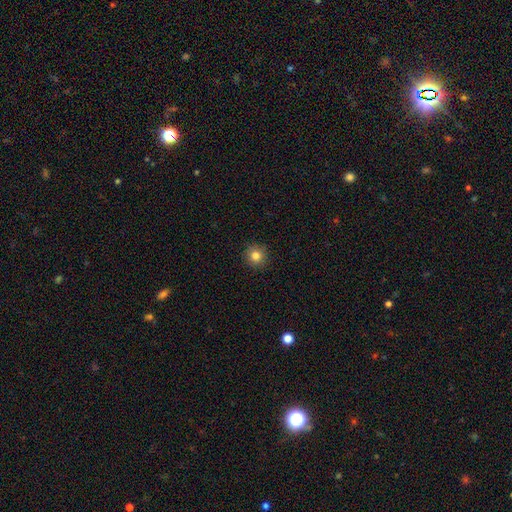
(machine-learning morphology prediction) Smooth or featured?
  - smooth: 83% *
  - star or artifact: 11%
  - featured or disk: 6%
How rounded?
  - round: 93% *
  - in between: 6%
  - cigar-shaped: 1%
Merging?
  - none: 91% *
  - minor disturbance: 6%
  - major disturbance: 2%
  - merger: 1%